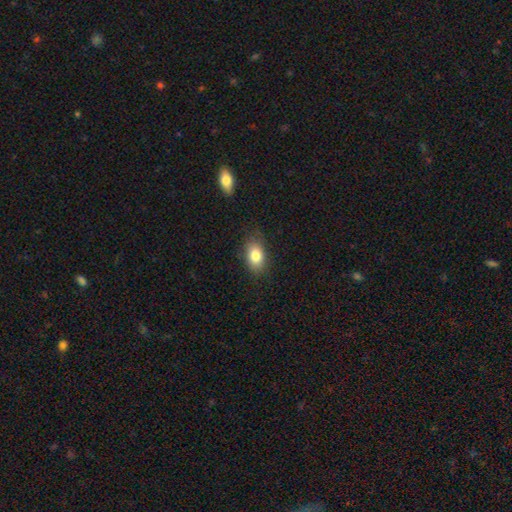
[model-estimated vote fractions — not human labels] Smooth or featured? smooth (82%)
How rounded? in between (85%)
Merging? none (82%)